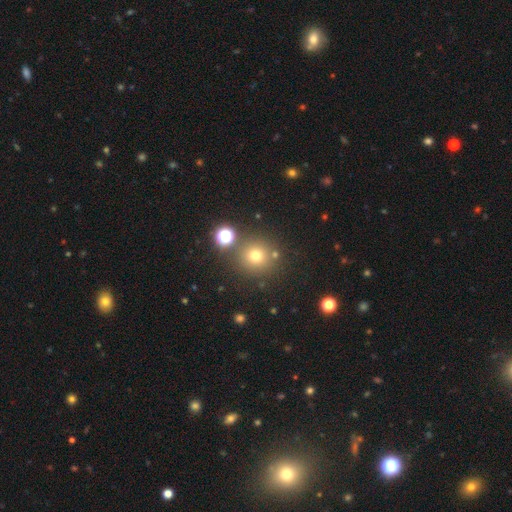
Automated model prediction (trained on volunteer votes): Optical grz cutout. It shows a smooth galaxy with no disk features (69%) that is round (94%). Merging: none (82%).